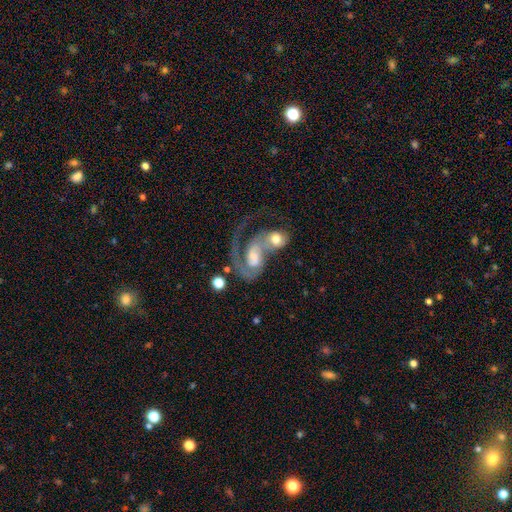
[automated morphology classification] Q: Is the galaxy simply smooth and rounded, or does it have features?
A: featured or disk — 78%.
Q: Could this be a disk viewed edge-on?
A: no — 96%.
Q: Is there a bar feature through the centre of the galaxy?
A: no — 51%.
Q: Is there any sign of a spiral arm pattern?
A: yes — 88%.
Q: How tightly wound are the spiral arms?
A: medium — 40%.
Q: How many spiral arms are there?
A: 1 — 60%.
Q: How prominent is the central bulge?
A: moderate — 49%.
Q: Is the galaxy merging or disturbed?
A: merger — 65%.